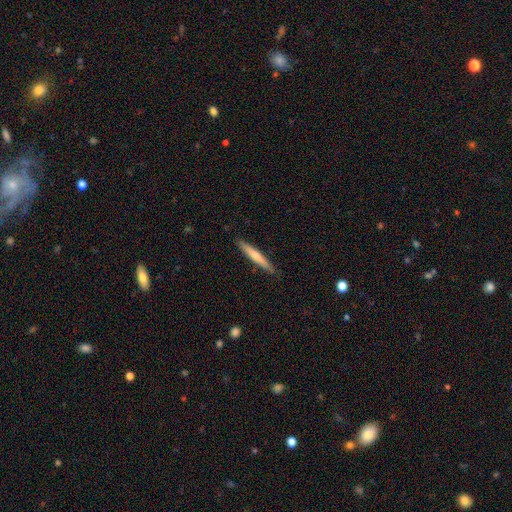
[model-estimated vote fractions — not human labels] smooth_or_featured: smooth (p=0.62) [alt: featured or disk p=0.32]
how_rounded: cigar-shaped (p=0.95) [alt: in between p=0.04]
merging: none (p=0.89) [alt: minor disturbance p=0.08]